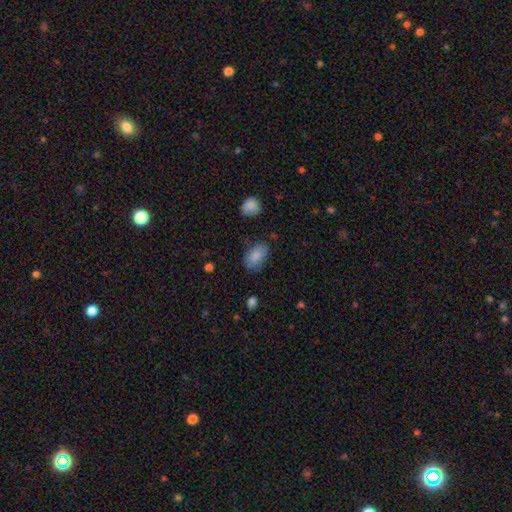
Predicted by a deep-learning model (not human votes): smooth_or_featured: smooth (p=0.85) [alt: star or artifact p=0.08]
how_rounded: in between (p=0.90) [alt: round p=0.08]
merging: none (p=0.71) [alt: minor disturbance p=0.20]